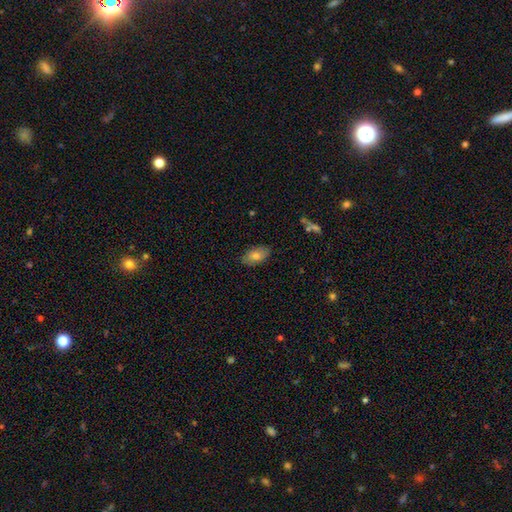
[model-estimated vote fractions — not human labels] Smooth or featured? Predicted: smooth (p=0.76). How rounded? Predicted: in between (p=0.93). Merging? Predicted: none (p=0.82).